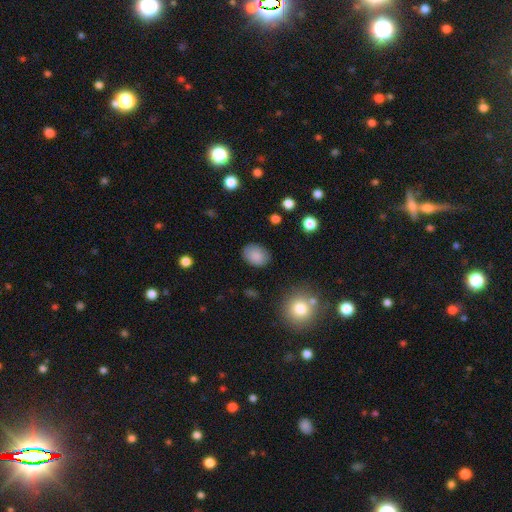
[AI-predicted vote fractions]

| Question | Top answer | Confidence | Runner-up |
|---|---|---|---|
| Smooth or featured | smooth | 86% | star or artifact (8%) |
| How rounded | in between | 70% | round (29%) |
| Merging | none | 85% | minor disturbance (11%) |